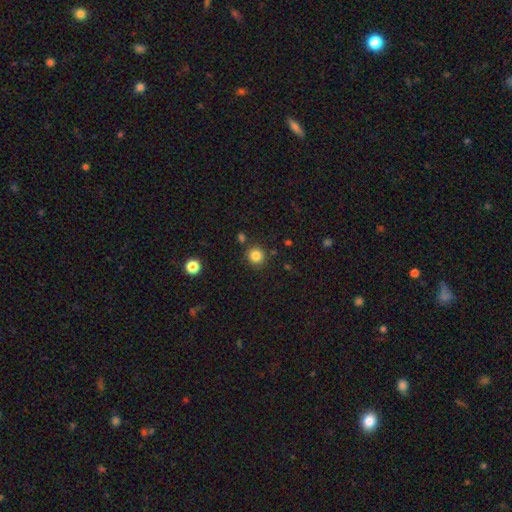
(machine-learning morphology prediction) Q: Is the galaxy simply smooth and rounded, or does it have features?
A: smooth — 84%.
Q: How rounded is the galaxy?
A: round — 92%.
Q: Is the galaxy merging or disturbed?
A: none — 86%.